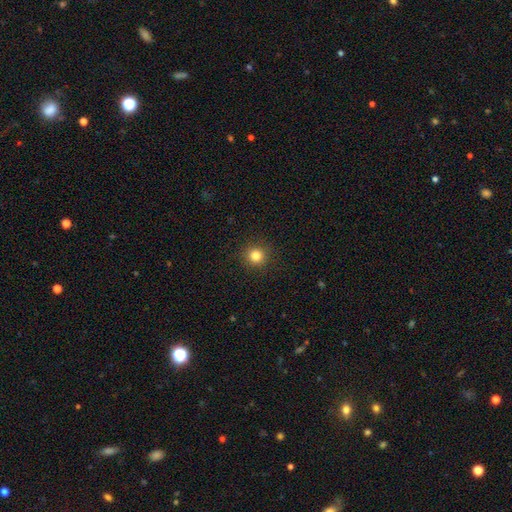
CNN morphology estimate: smooth 82%, star or artifact 12%, featured or disk 5%. Down the decision tree: how rounded — round (94%); merging — none (92%).